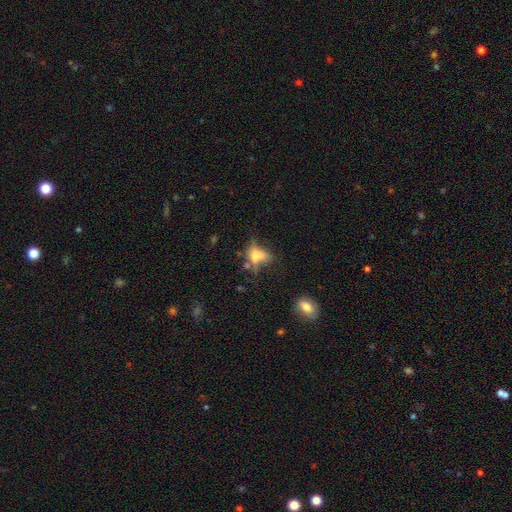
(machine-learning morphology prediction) Smooth or featured? smooth (50%)
Merging? none (32%)